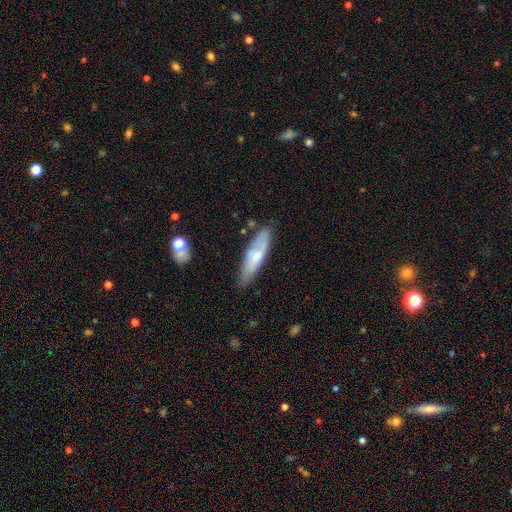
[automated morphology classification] A smooth galaxy with no disk features (57%) that is cigar-shaped (64%).

Vote fractions:
- Smooth or featured? smooth: 57% / featured or disk: 37% / star or artifact: 6%
- How rounded? cigar-shaped: 64% / in between: 35% / round: 2%
- Merging? none: 73% / minor disturbance: 20% / major disturbance: 4% / merger: 3%